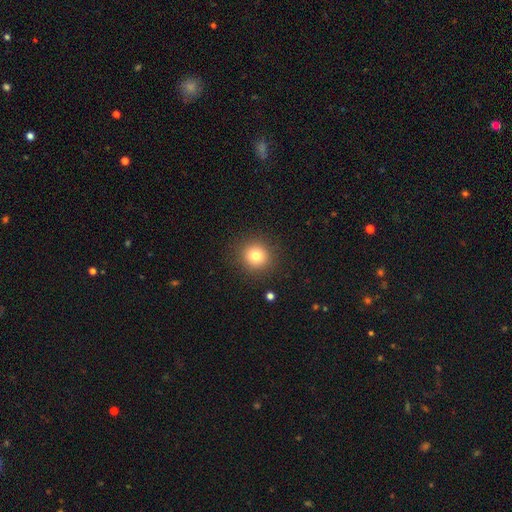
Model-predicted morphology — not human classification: The model was most divided on "smooth or featured": smooth: 79%, star or artifact: 13%, featured or disk: 8%. More confident: how rounded — round (91%); merging — none (90%).